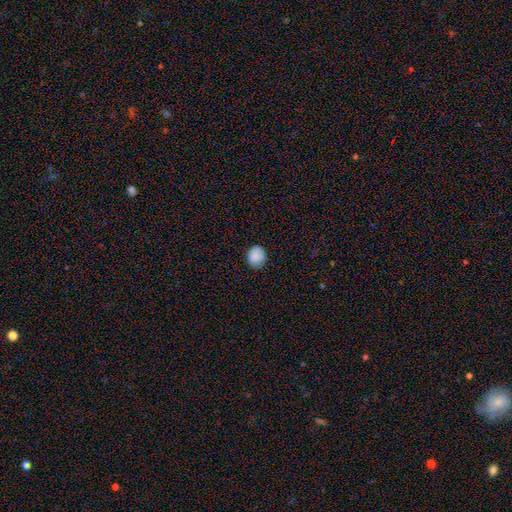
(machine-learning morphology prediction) This appears to be a smooth galaxy with no disk features (87%) that is round (74%). Merging: none (82%).